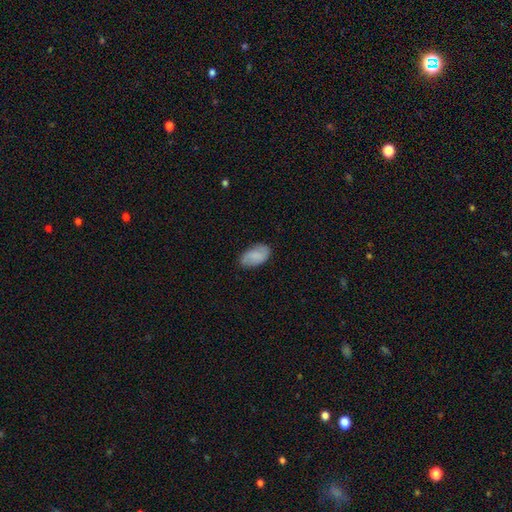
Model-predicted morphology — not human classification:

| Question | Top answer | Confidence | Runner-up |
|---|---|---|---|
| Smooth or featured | smooth | 69% | featured or disk (23%) |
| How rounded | in between | 94% | round (4%) |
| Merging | none | 78% | minor disturbance (17%) |